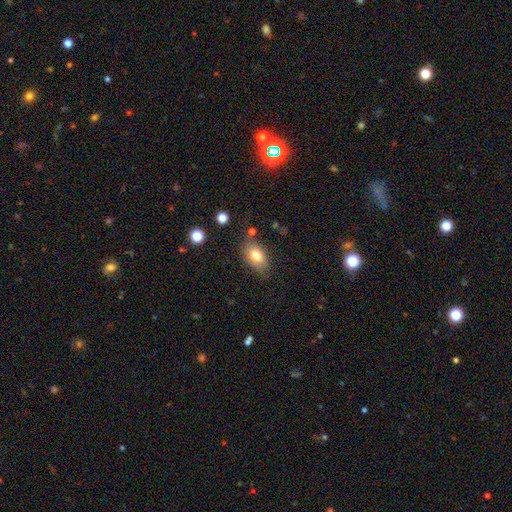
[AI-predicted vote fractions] A smooth galaxy with no disk features (77%) that is in between round and cigar-shaped (87%).

Vote fractions:
- Smooth or featured? smooth: 77% / featured or disk: 14% / star or artifact: 9%
- How rounded? in between: 87% / round: 10% / cigar-shaped: 3%
- Merging? none: 73% / minor disturbance: 18% / major disturbance: 4% / merger: 4%